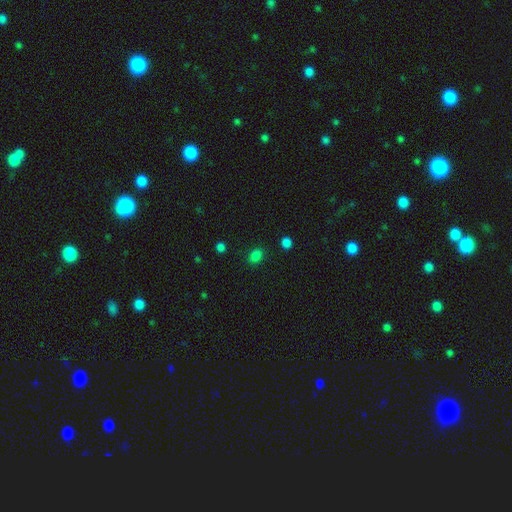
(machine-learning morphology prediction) type=smooth (82%); roundness=in between (68%); merging=none (84%).